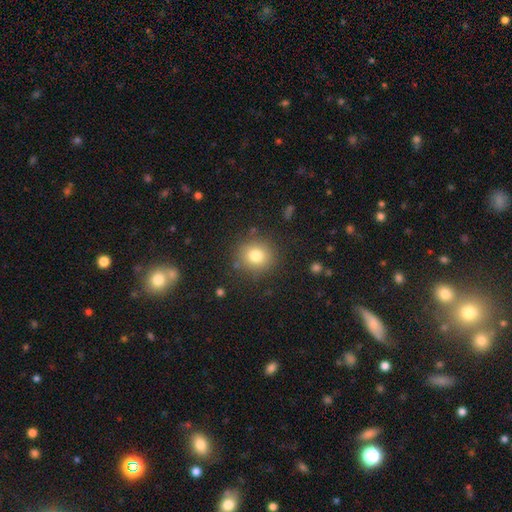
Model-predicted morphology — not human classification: Smooth or featured?
  - smooth: 78% *
  - star or artifact: 13%
  - featured or disk: 9%
How rounded?
  - round: 88% *
  - in between: 11%
  - cigar-shaped: 1%
Merging?
  - none: 86% *
  - minor disturbance: 9%
  - major disturbance: 3%
  - merger: 2%